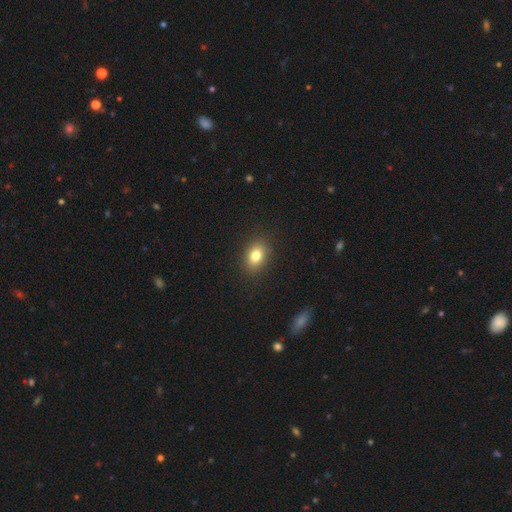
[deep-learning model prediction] smooth_or_featured: smooth (p=0.80) [alt: star or artifact p=0.11]
how_rounded: in between (p=0.70) [alt: round p=0.29]
merging: none (p=0.88) [alt: minor disturbance p=0.09]